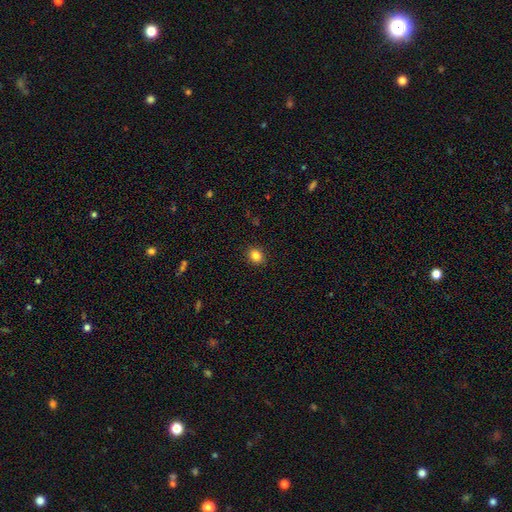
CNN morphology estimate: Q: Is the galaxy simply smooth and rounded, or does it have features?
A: smooth — 84%.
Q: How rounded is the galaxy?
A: round — 59%.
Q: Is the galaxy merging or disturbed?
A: none — 91%.